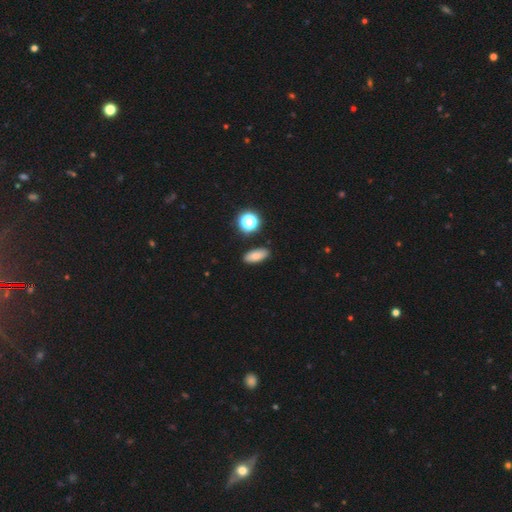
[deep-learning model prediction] Smooth or featured?
  - smooth: 80% *
  - star or artifact: 12%
  - featured or disk: 8%
How rounded?
  - in between: 79% *
  - cigar-shaped: 13%
  - round: 7%
Merging?
  - none: 88% *
  - minor disturbance: 8%
  - merger: 2%
  - major disturbance: 2%